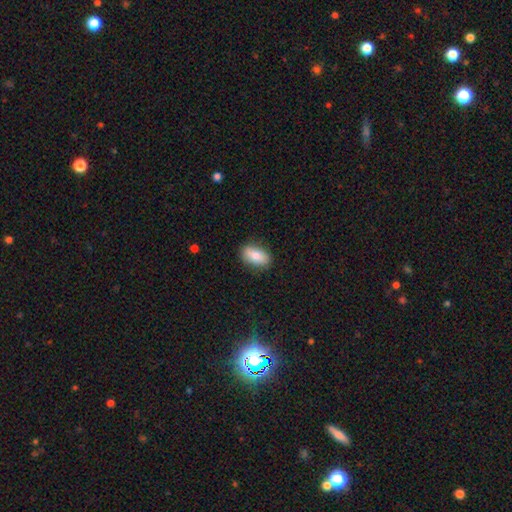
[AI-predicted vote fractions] Smooth or featured: smooth — 78% (featured or disk — 15%)
How rounded: in between — 90% (round — 6%)
Merging: none — 84% (minor disturbance — 12%)